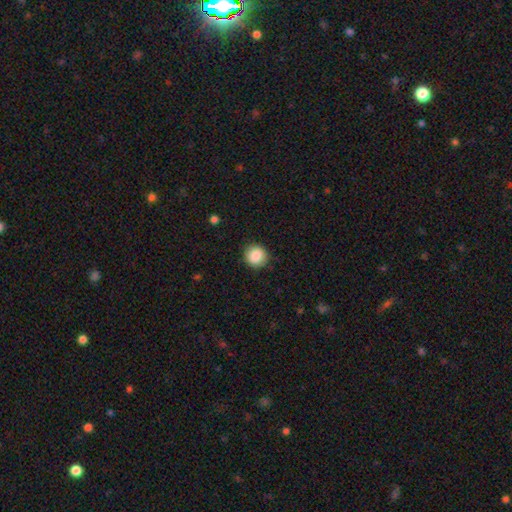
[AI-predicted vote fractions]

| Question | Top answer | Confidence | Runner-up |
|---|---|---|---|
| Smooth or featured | smooth | 88% | star or artifact (8%) |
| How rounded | round | 91% | in between (8%) |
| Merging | none | 87% | minor disturbance (9%) |